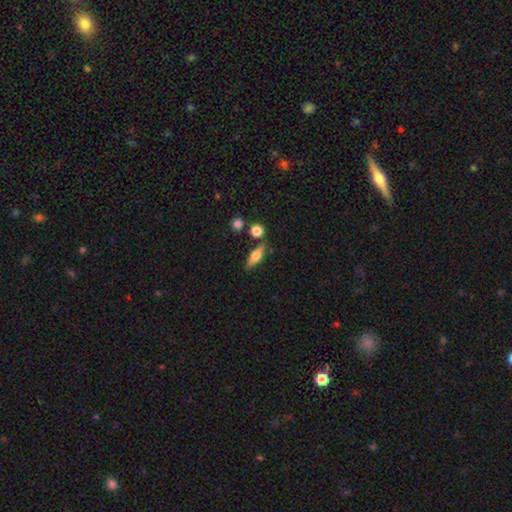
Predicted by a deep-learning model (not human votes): A smooth galaxy with no disk features (64%) that is in between round and cigar-shaped (58%). Merging: none (75%).